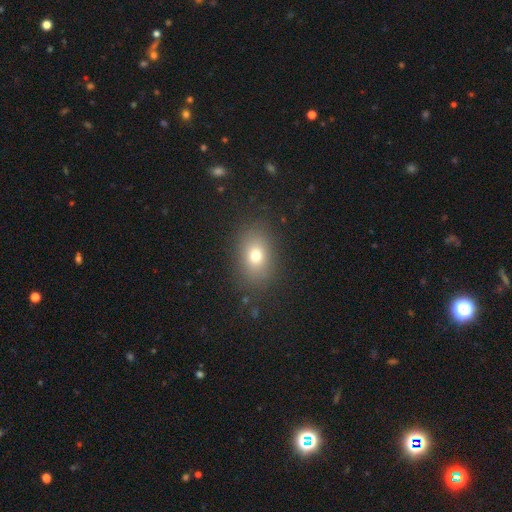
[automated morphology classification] Overall: smooth (73%). How rounded: in between (71%). Merging: none (85%).